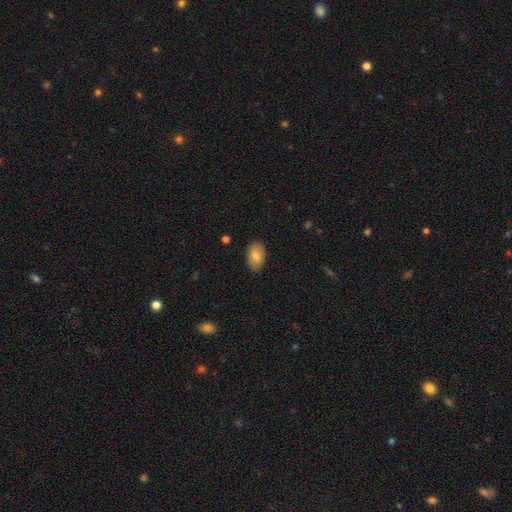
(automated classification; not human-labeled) Morphology: type=smooth (80%); roundness=in between (90%); merging=none (88%).